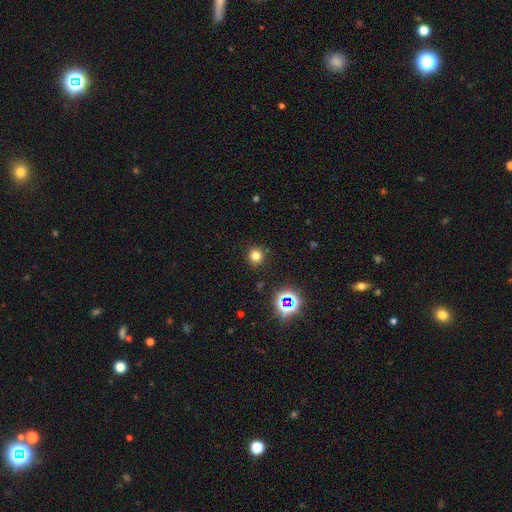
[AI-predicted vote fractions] smooth_or_featured: smooth (p=0.74) [alt: star or artifact p=0.20]
how_rounded: round (p=0.92) [alt: in between p=0.07]
merging: none (p=0.90) [alt: minor disturbance p=0.06]